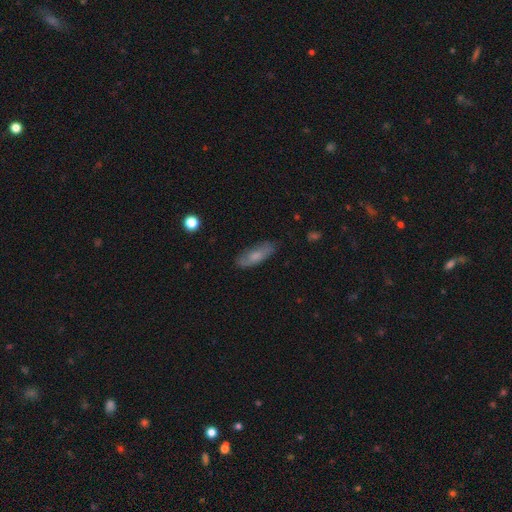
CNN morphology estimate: Smooth or featured?
  - smooth: 63% *
  - featured or disk: 30%
  - star or artifact: 7%
How rounded?
  - in between: 62% *
  - cigar-shaped: 35%
  - round: 2%
Merging?
  - none: 77% *
  - minor disturbance: 17%
  - major disturbance: 4%
  - merger: 1%